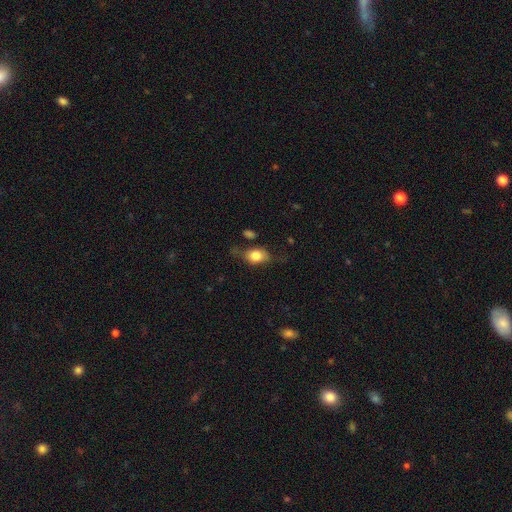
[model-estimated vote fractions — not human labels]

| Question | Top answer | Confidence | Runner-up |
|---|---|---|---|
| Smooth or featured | smooth | 72% | featured or disk (20%) |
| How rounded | in between | 71% | round (25%) |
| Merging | none | 57% | minor disturbance (26%) |